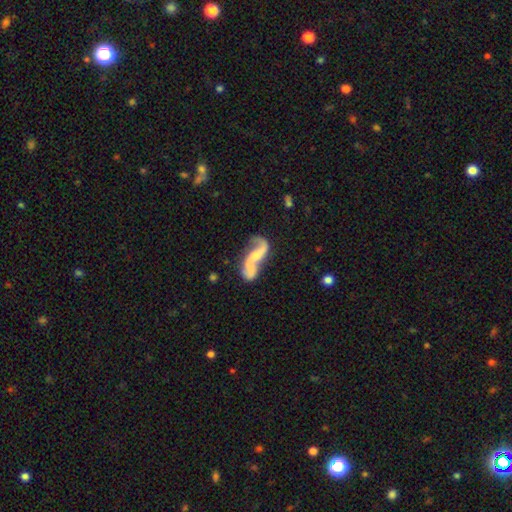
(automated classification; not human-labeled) This appears to be a featured or disk galaxy (83%) with no bar (45%), 2 (91%) loose (80%) spiral arms (93%) and a small central bulge (45%). Merging: none (52%).